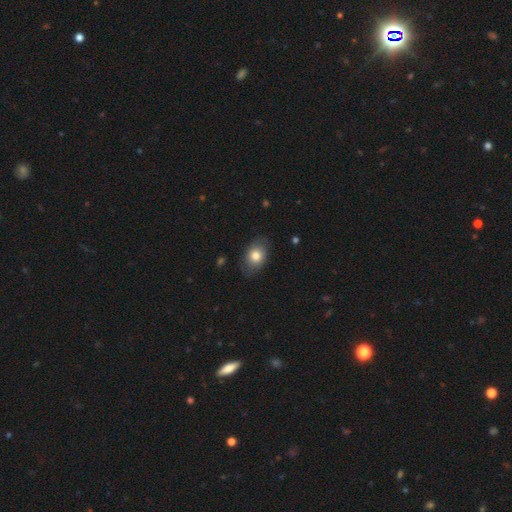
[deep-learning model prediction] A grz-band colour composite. It shows a smooth galaxy with no disk features (79%) that is in between round and cigar-shaped (77%). Merging: none (80%).